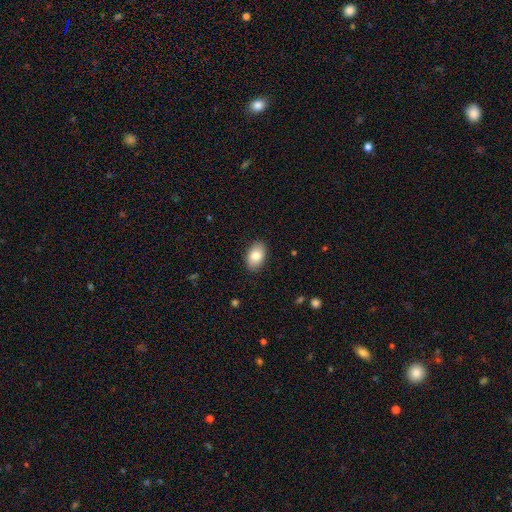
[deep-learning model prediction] smooth 84%, featured or disk 10%, star or artifact 7%. Down the decision tree: how rounded — in between (90%); merging — none (88%).